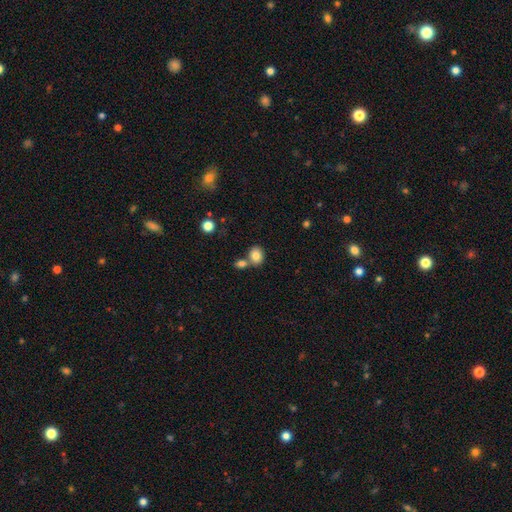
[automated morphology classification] This appears to be a smooth galaxy with no disk features (82%) that is in between round and cigar-shaped (51%). Merging: none (55%).